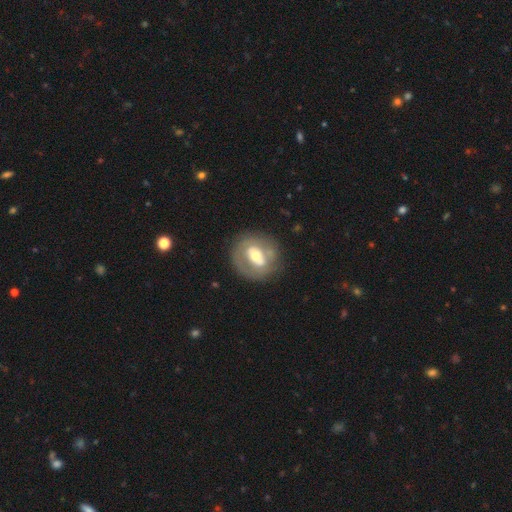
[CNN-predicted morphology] Smooth or featured: featured or disk — 59% (smooth — 35%)
Edge-on disk: no — 94% (yes — 6%)
Bar: no — 42% (weak — 32%)
Spiral arms: no — 69% (yes — 31%)
Bulge size: moderate — 65% (small — 19%)
Merging: none — 71% (minor disturbance — 16%)